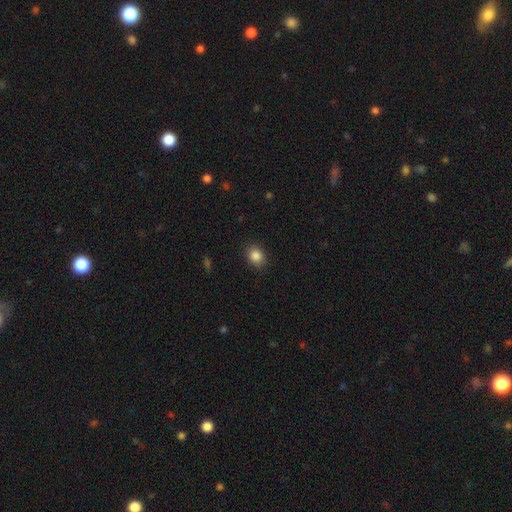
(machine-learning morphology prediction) smooth-or-featured: smooth: 86% | star or artifact: 10% | featured or disk: 4%
  how-rounded: in between: 51% | round: 48% | cigar-shaped: 1%
  merging: none: 88% | minor disturbance: 8% | major disturbance: 2% | merger: 1%